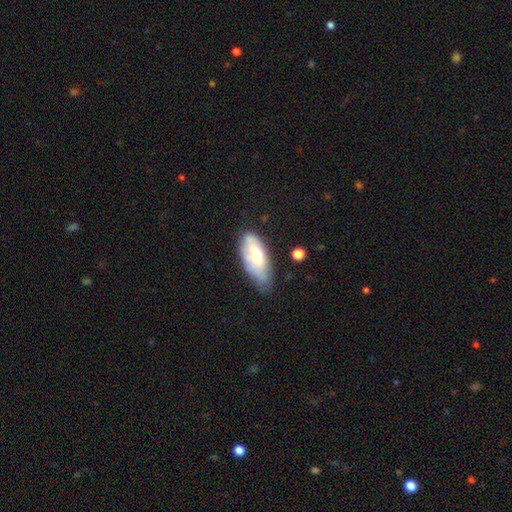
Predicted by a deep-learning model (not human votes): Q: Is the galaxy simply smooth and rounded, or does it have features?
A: smooth — 65%.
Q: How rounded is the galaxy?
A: in between — 85%.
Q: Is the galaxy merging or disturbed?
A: none — 53%.